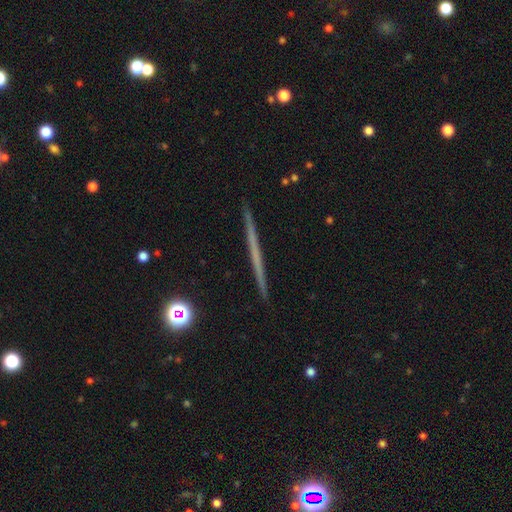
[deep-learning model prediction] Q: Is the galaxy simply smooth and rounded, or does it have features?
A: featured or disk — 58%.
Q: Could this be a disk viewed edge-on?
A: yes — 98%.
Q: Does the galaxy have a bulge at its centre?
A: none — 93%.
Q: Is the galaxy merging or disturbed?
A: none — 93%.